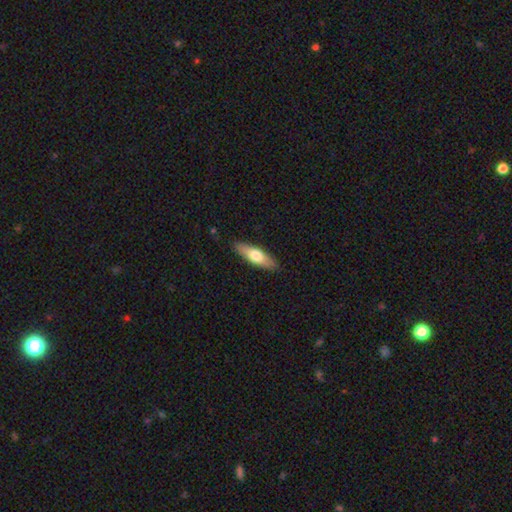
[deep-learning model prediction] The model was most divided on "how rounded": cigar-shaped: 54%, in between: 44%, round: 2%. More confident: merging — none (88%); smooth or featured — smooth (63%).